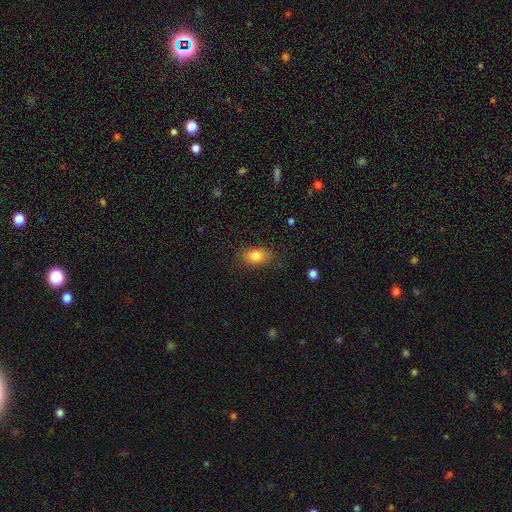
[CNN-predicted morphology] This appears to be a smooth galaxy with no disk features (82%) that is in between round and cigar-shaped (84%). Merging: none (83%).